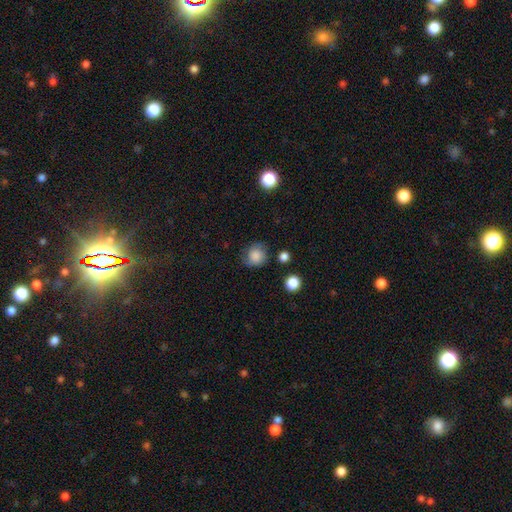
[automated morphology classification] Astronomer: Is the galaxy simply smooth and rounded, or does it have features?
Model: smooth — 76%.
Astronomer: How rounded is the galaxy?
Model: round — 83%.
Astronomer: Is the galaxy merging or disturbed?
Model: none — 67%.